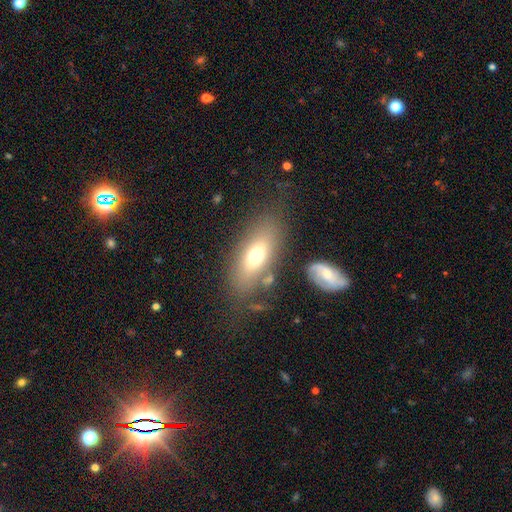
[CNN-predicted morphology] Smooth or featured?
  - smooth: 66% *
  - featured or disk: 25%
  - star or artifact: 9%
How rounded?
  - in between: 80% *
  - cigar-shaped: 15%
  - round: 5%
Merging?
  - none: 69% *
  - minor disturbance: 16%
  - merger: 8%
  - major disturbance: 8%